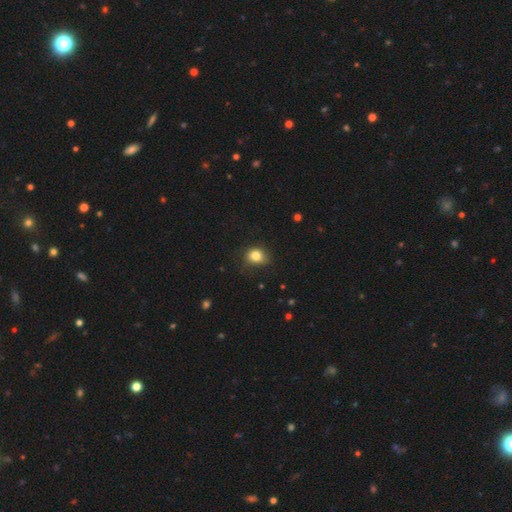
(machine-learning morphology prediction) smooth_or_featured: smooth (p=0.82) [alt: star or artifact p=0.11]
how_rounded: round (p=0.63) [alt: in between p=0.36]
merging: none (p=0.72) [alt: minor disturbance p=0.21]